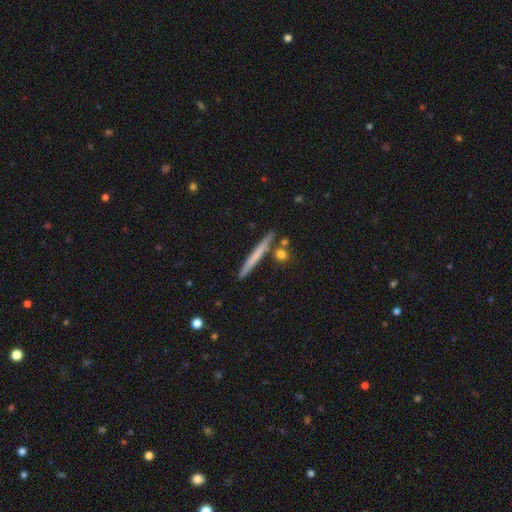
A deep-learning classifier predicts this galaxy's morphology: This appears to be a smooth galaxy with no disk features (58%) that is cigar-shaped (96%). Merging: none (85%).